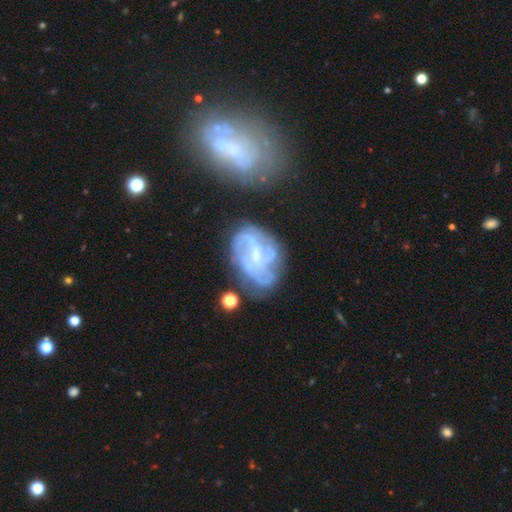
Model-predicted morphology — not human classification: A featured or disk galaxy (76%) with a weak bar (43%), tight (40%) spiral arms (69%) and a small central bulge (52%). Merging: none (44%).